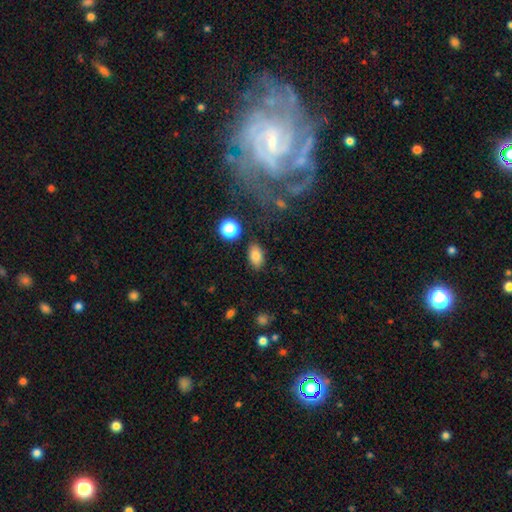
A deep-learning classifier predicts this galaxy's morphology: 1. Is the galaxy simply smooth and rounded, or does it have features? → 81% smooth, 11% star or artifact, 8% featured or disk.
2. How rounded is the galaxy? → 88% in between, 10% round, 2% cigar-shaped.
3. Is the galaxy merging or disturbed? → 84% none, 10% minor disturbance, 3% major disturbance, 3% merger.